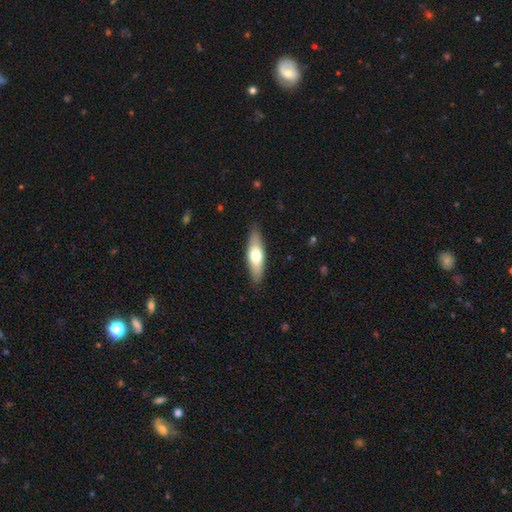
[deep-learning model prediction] Q: Smooth or featured?
A: smooth (59%); runner-up: featured or disk (36%)
Q: How rounded?
A: cigar-shaped (51%); runner-up: in between (47%)
Q: Merging?
A: none (86%); runner-up: minor disturbance (11%)